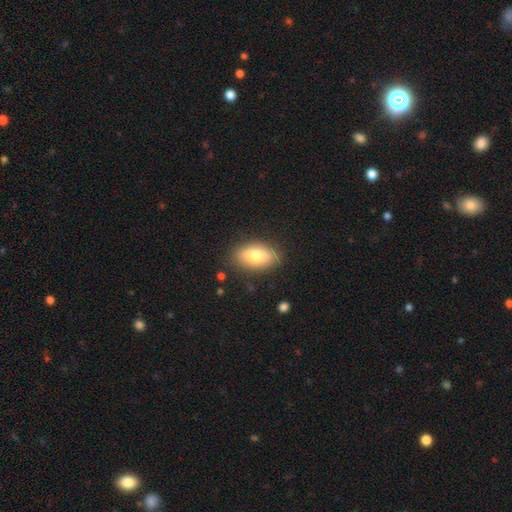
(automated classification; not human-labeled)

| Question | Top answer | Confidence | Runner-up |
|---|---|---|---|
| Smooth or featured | smooth | 80% | featured or disk (13%) |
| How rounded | in between | 91% | cigar-shaped (5%) |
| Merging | none | 86% | minor disturbance (10%) |